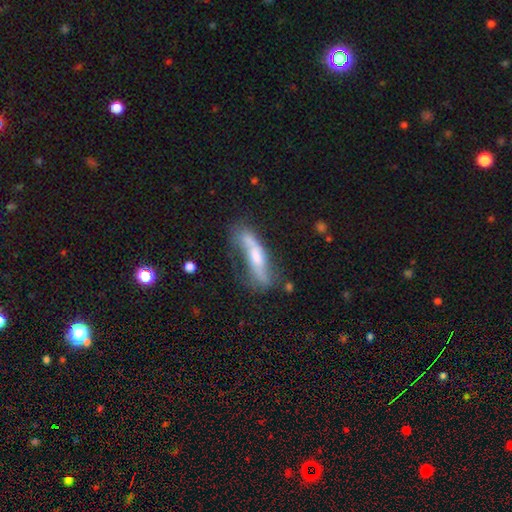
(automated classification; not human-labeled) Smooth or featured: featured or disk — 60% (smooth — 33%)
Edge-on disk: no — 55% (yes — 45%)
Merging: none — 50% (minor disturbance — 26%)